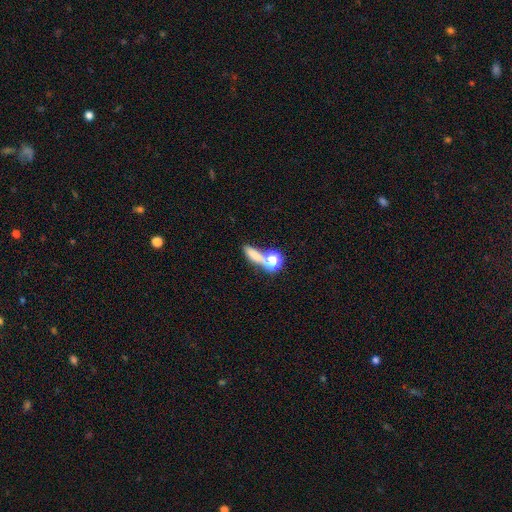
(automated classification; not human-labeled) The model was most divided on "merging": none: 46%, merger: 35%, minor disturbance: 11%, major disturbance: 8%. Remaining: smooth or featured — smooth (69%); how rounded — in between (47%).